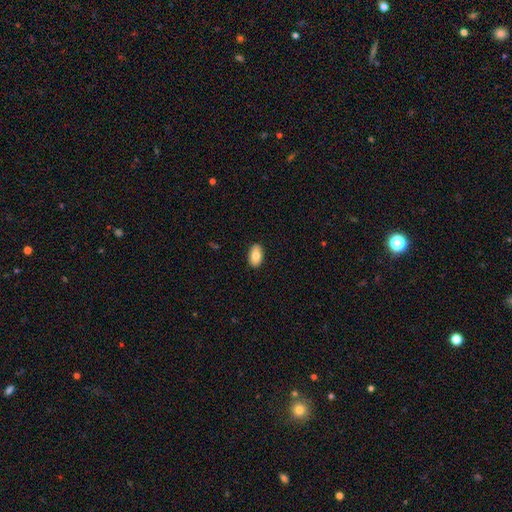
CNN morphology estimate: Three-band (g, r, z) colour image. It shows a smooth galaxy with no disk features (79%) that is in between round and cigar-shaped (92%). Merging: none (88%).